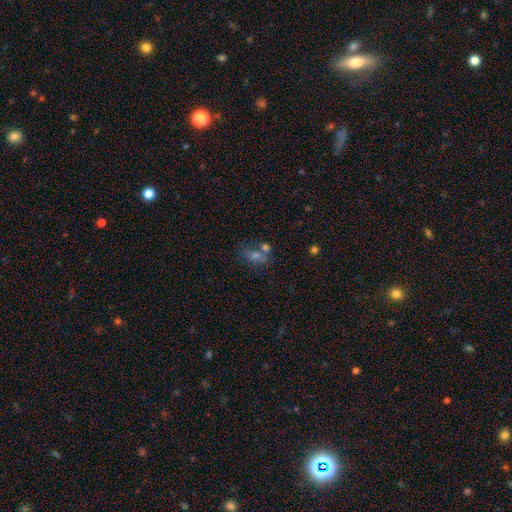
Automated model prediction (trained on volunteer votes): A smooth galaxy with no disk features (52%) that is in between round and cigar-shaped (64%).

Vote fractions:
- Smooth or featured? smooth: 52% / star or artifact: 26% / featured or disk: 22%
- How rounded? in between: 64% / round: 32% / cigar-shaped: 4%
- Merging? none: 46% / merger: 33% / minor disturbance: 13% / major disturbance: 8%